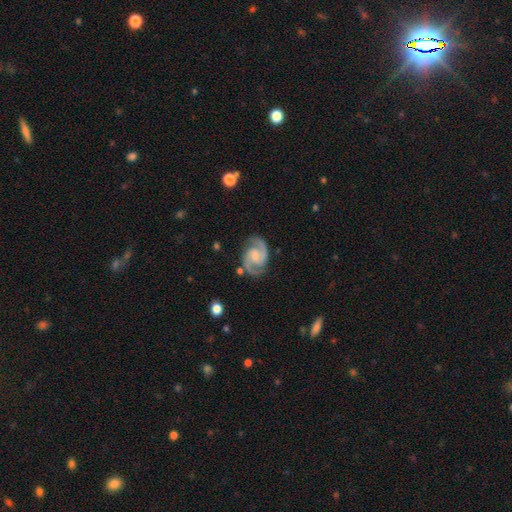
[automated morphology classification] This appears to be a featured or disk galaxy (92%) with a weak bar (46%), 2 (94%) medium (59%) spiral arms (98%) and no central bulge (37%). Merging: none (81%).